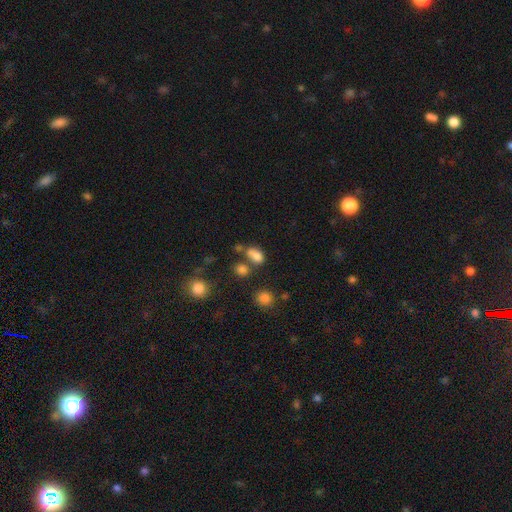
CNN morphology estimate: smooth 80%, star or artifact 13%, featured or disk 7%. Down the decision tree: how rounded — in between (84%); merging — none (48%).